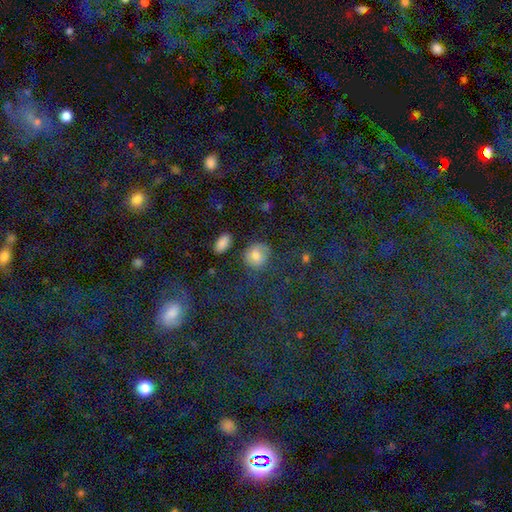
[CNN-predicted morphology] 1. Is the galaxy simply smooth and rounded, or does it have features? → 73% smooth, 14% featured or disk, 13% star or artifact.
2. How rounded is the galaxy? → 74% round, 25% in between, 1% cigar-shaped.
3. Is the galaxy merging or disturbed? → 67% none, 20% minor disturbance, 9% major disturbance, 4% merger.